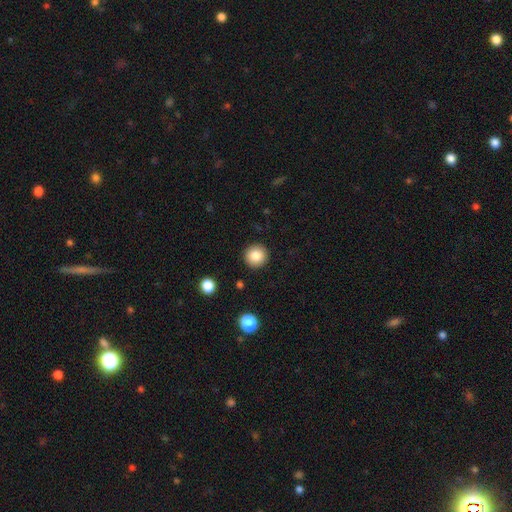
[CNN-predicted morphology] smooth_or_featured: smooth (p=0.84) [alt: star or artifact p=0.09]
how_rounded: round (p=0.95) [alt: in between p=0.04]
merging: none (p=0.92) [alt: minor disturbance p=0.05]